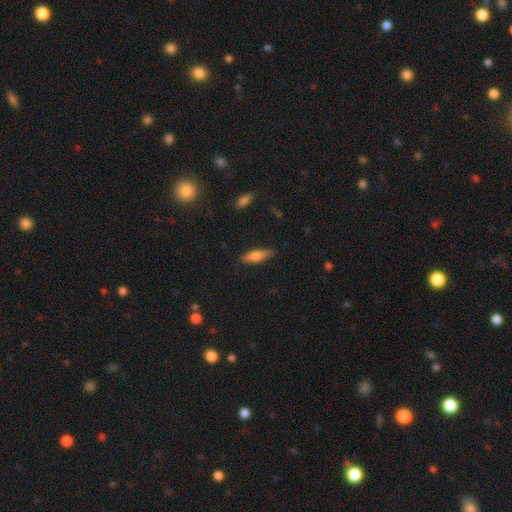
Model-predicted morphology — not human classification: smooth-or-featured: smooth: 66% | featured or disk: 27% | star or artifact: 7%
  how-rounded: cigar-shaped: 54% | in between: 44% | round: 2%
  merging: none: 83% | minor disturbance: 13% | major disturbance: 3% | merger: 1%